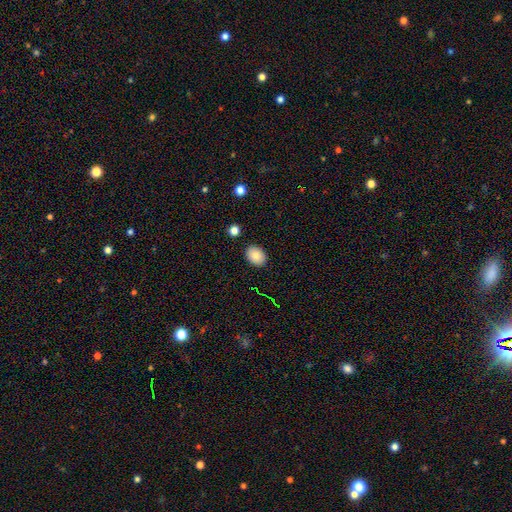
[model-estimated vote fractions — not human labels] Q: Smooth or featured?
A: smooth (80%); runner-up: featured or disk (10%)
Q: How rounded?
A: in between (65%); runner-up: round (34%)
Q: Merging?
A: none (89%); runner-up: minor disturbance (7%)